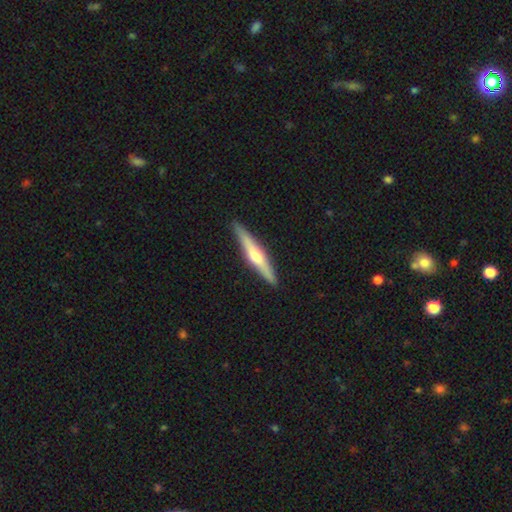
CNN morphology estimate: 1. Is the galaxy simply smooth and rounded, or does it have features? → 65% featured or disk, 30% smooth, 5% star or artifact.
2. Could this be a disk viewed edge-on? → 97% yes, 3% no.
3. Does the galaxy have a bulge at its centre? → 91% rounded, 5% none, 4% boxy.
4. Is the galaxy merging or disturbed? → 91% none, 7% minor disturbance, 1% major disturbance, 1% merger.